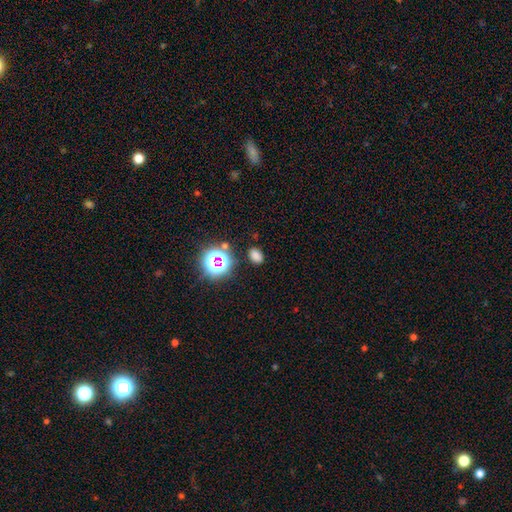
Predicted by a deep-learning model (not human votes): Morphology: type=smooth (72%); roundness=in between (75%); merging=none (84%).